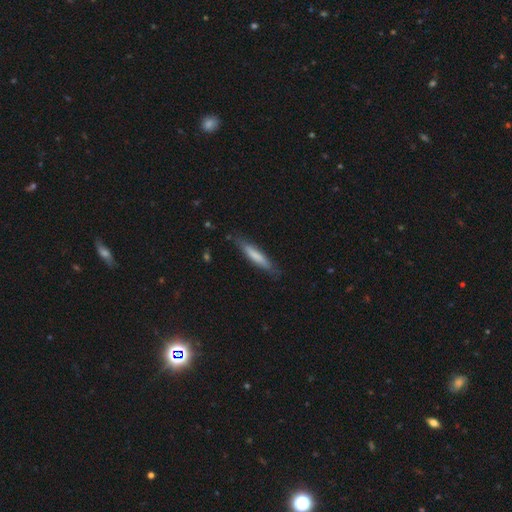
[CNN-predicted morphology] Smooth or featured?
  - smooth: 71% *
  - featured or disk: 23%
  - star or artifact: 5%
How rounded?
  - cigar-shaped: 88% *
  - in between: 10%
  - round: 1%
Merging?
  - none: 81% *
  - minor disturbance: 15%
  - major disturbance: 3%
  - merger: 2%